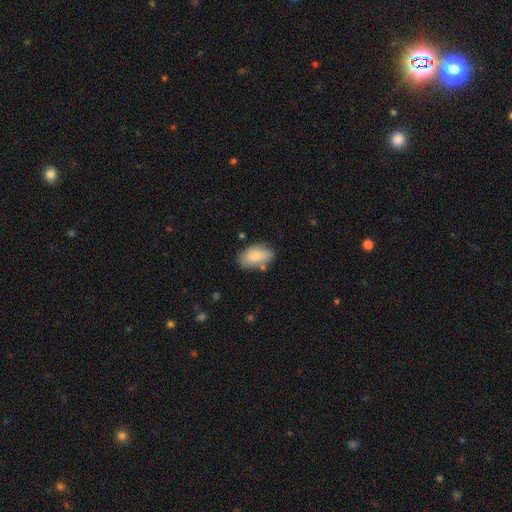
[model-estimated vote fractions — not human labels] Smooth or featured? smooth (81%)
How rounded? in between (92%)
Merging? none (68%)